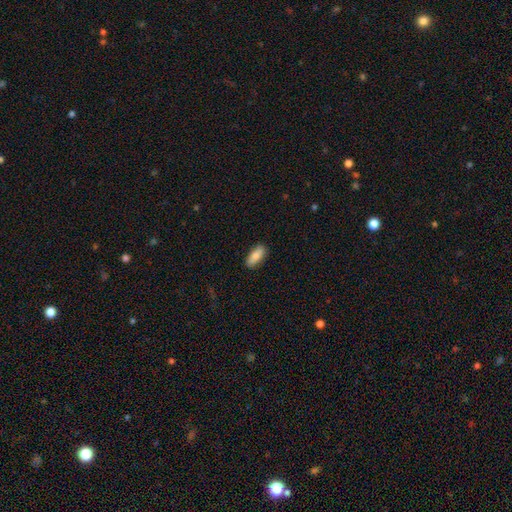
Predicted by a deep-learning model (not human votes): Morphology: type=smooth (83%); roundness=in between (81%); merging=none (87%).